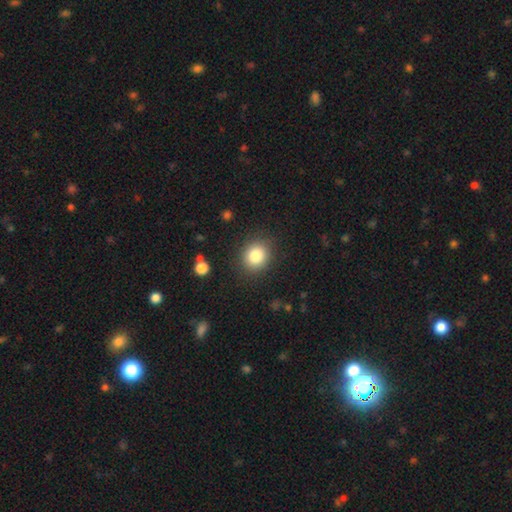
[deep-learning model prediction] A smooth galaxy with no disk features (83%) that is round (75%).

Vote fractions:
- Smooth or featured? smooth: 83% / star or artifact: 10% / featured or disk: 7%
- How rounded? round: 75% / in between: 24% / cigar-shaped: 1%
- Merging? none: 87% / minor disturbance: 9% / major disturbance: 3% / merger: 1%